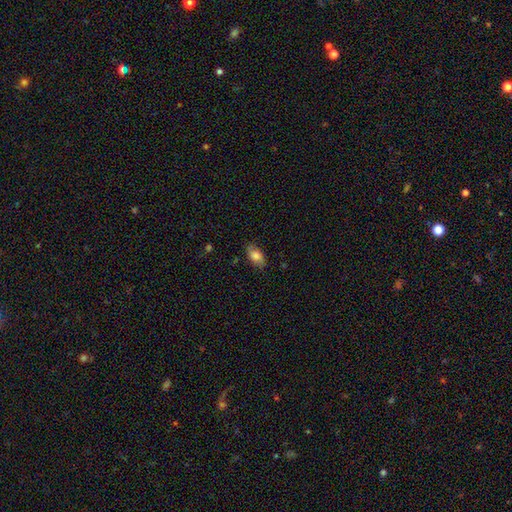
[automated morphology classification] type=smooth (79%); roundness=in between (89%); merging=none (81%).